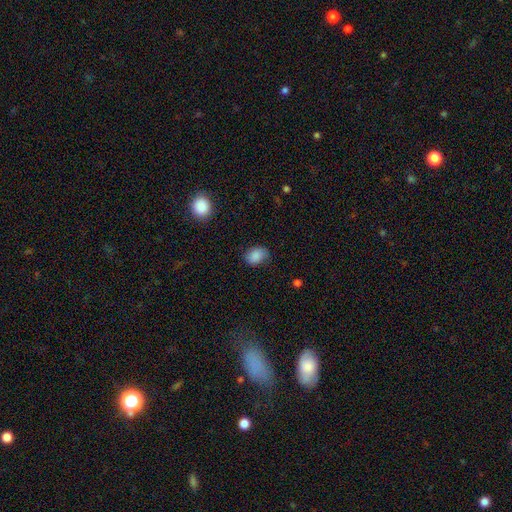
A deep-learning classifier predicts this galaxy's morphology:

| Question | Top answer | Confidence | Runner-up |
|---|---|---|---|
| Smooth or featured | smooth | 86% | star or artifact (9%) |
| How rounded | in between | 65% | round (34%) |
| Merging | none | 71% | minor disturbance (23%) |